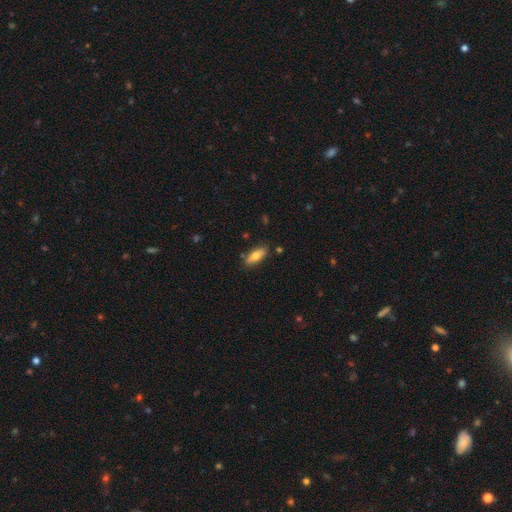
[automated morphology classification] smooth-or-featured: smooth: 69% | featured or disk: 25% | star or artifact: 7%
  how-rounded: in between: 67% | cigar-shaped: 30% | round: 3%
  merging: none: 83% | minor disturbance: 12% | merger: 3% | major disturbance: 2%